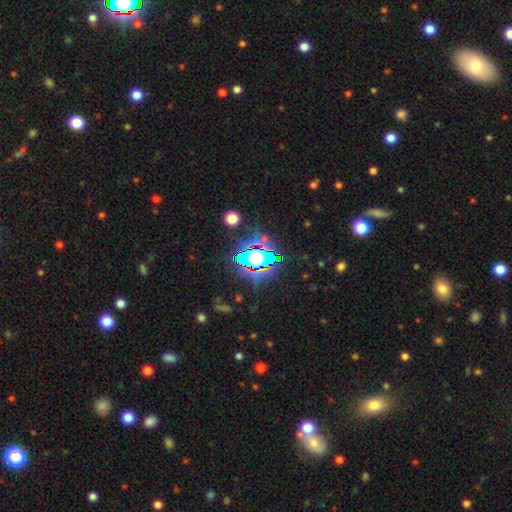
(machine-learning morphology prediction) type=star or artifact (79%).